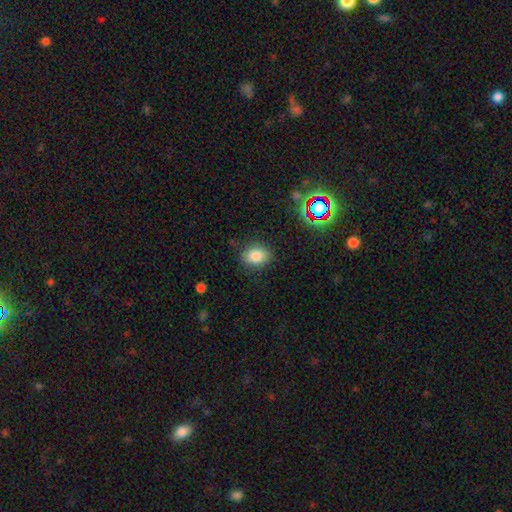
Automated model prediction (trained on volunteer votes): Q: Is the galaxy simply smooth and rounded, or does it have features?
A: smooth — 82%.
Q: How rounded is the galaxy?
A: in between — 65%.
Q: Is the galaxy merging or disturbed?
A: none — 83%.